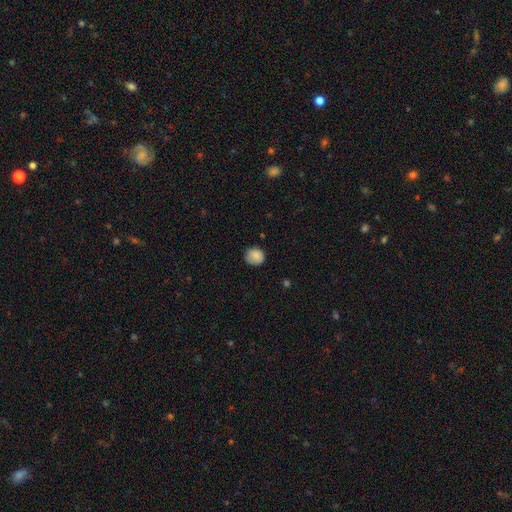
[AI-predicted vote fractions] The model was most divided on "merging": none: 78%, minor disturbance: 17%, major disturbance: 3%, merger: 1%. More confident: how rounded — round (85%); smooth or featured — smooth (85%).